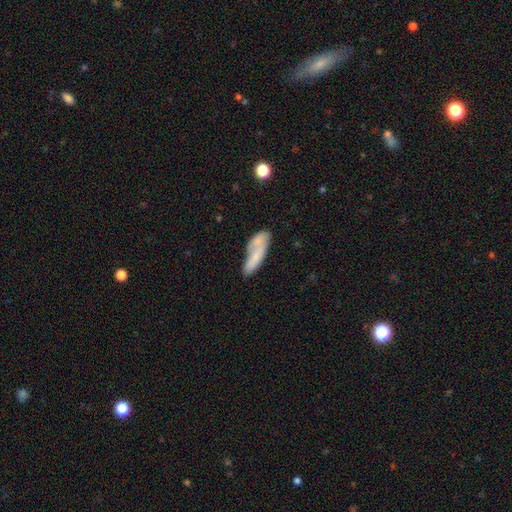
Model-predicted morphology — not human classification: type=smooth (69%); roundness=cigar-shaped (51%); merging=none (41%).